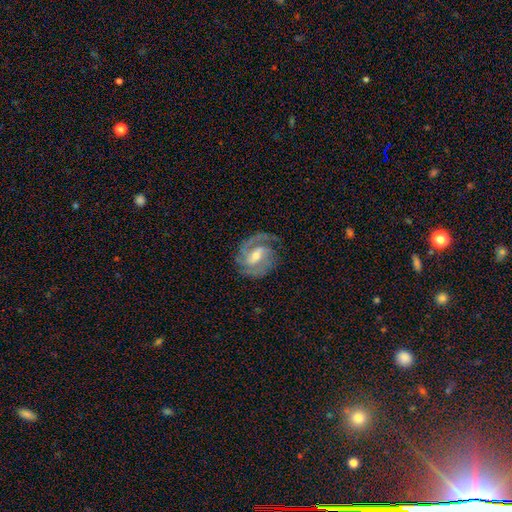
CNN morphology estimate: Smooth or featured: featured or disk — 86% (smooth — 9%)
Edge-on disk: no — 97% (yes — 3%)
Bar: weak — 52% (strong — 27%)
Spiral arms: yes — 96% (no — 4%)
Spiral winding: medium — 46% (tight — 42%)
Spiral arm count: 2 — 63% (3 — 12%)
Bulge size: moderate — 55% (small — 39%)
Merging: none — 71% (minor disturbance — 18%)